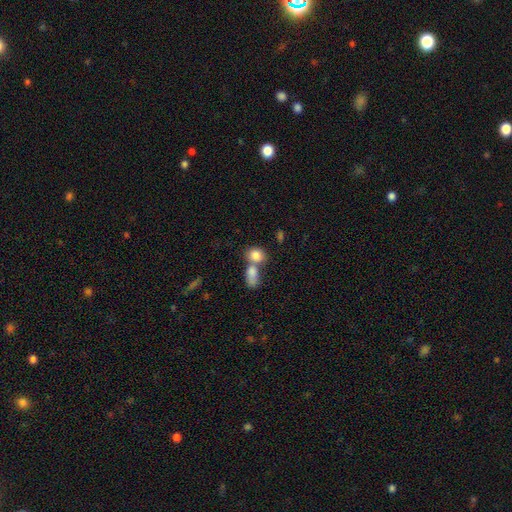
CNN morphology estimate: smooth_or_featured: smooth (p=0.81) [alt: featured or disk p=0.10]
how_rounded: in between (p=0.60) [alt: round p=0.38]
merging: merger (p=0.54) [alt: none p=0.33]